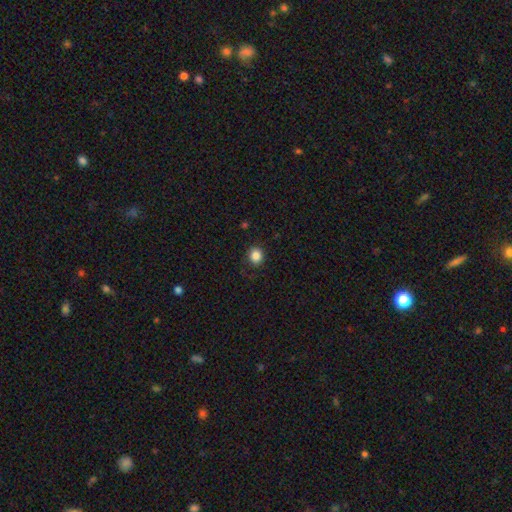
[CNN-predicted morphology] Q: Smooth or featured?
A: smooth (85%); runner-up: star or artifact (11%)
Q: How rounded?
A: round (80%); runner-up: in between (19%)
Q: Merging?
A: none (88%); runner-up: minor disturbance (8%)